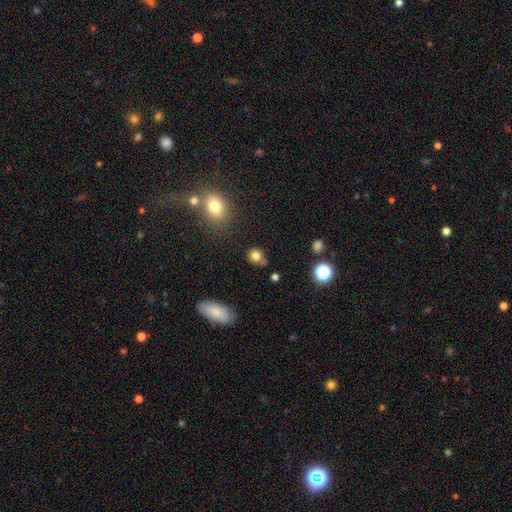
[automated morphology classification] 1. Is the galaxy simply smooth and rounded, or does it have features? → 79% smooth, 14% star or artifact, 7% featured or disk.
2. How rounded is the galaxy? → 79% round, 20% in between, 1% cigar-shaped.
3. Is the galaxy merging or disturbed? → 65% none, 17% minor disturbance, 13% merger, 5% major disturbance.